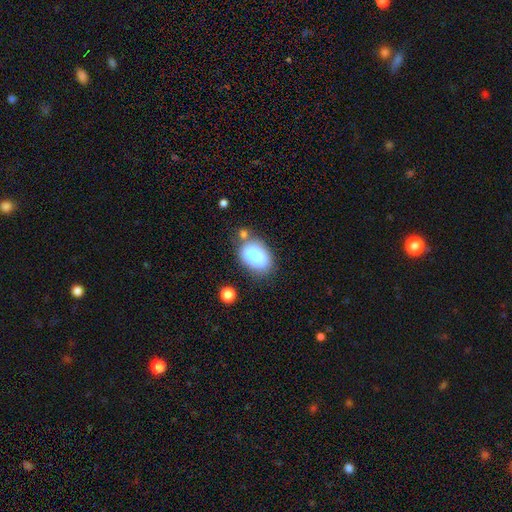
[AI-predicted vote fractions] The model was most divided on "merging": none: 55%, minor disturbance: 20%, merger: 16%, major disturbance: 8%. More confident: how rounded — in between (87%); smooth or featured — smooth (79%).